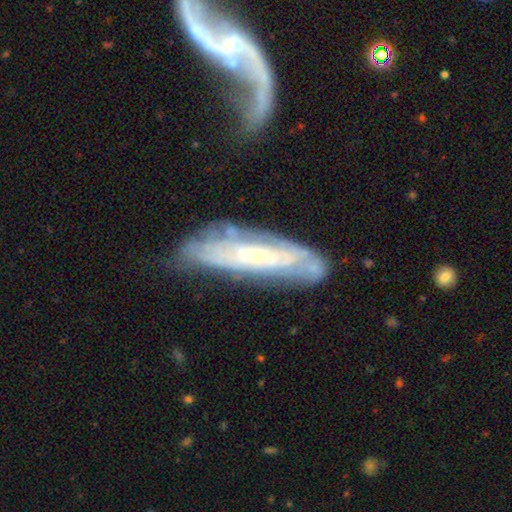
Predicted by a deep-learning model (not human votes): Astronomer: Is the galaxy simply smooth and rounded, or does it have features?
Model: featured or disk — 72%.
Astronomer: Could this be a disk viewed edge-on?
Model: no — 70%.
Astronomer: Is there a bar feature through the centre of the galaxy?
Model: no — 62%.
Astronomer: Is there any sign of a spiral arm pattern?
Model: yes — 73%.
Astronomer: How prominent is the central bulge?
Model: small — 68%.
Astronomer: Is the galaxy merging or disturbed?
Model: none — 61%.